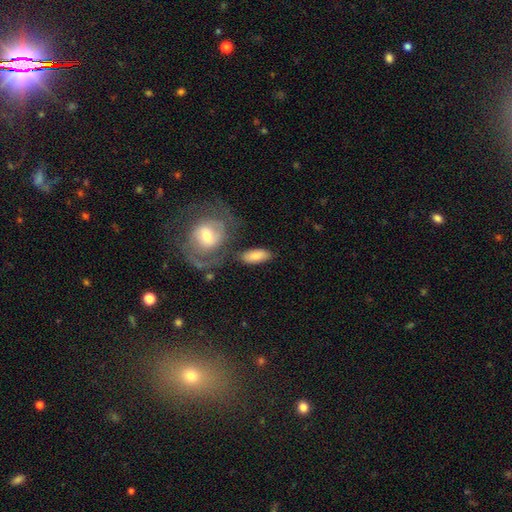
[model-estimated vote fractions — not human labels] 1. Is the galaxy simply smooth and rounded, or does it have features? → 77% smooth, 17% featured or disk, 6% star or artifact.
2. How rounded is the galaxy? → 83% in between, 13% cigar-shaped, 4% round.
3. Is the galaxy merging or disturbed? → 65% none, 15% minor disturbance, 12% merger, 7% major disturbance.